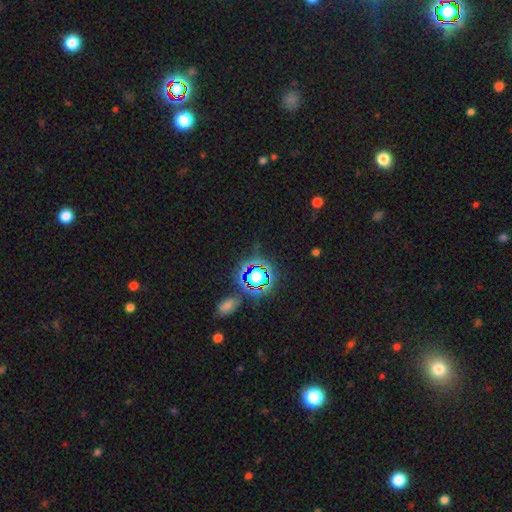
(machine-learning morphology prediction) smooth-or-featured: star or artifact: 79% | smooth: 14% | featured or disk: 8%